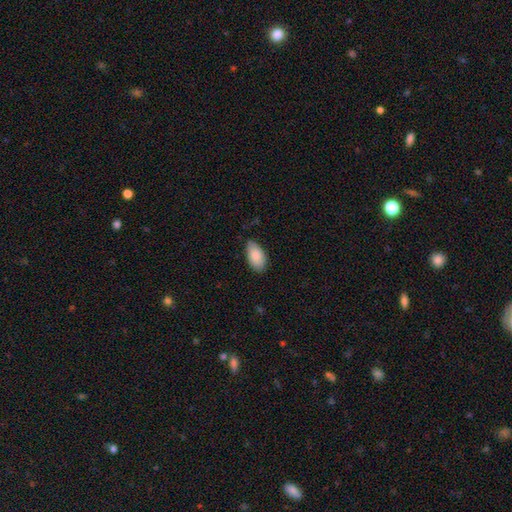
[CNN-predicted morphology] The model was most divided on "merging": none: 76%, minor disturbance: 20%, major disturbance: 3%, merger: 1%. More confident: how rounded — in between (95%); smooth or featured — smooth (87%).